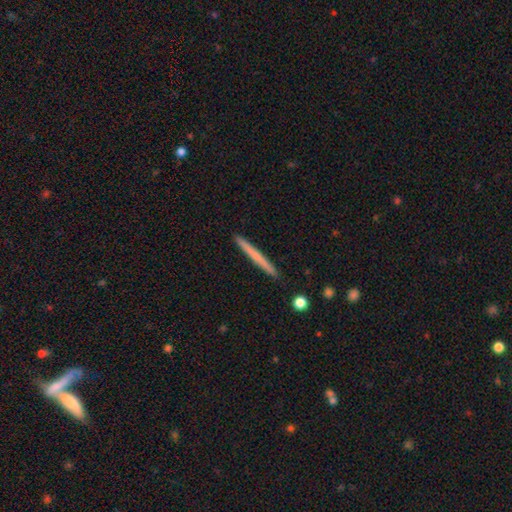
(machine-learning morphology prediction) type=smooth (60%); roundness=cigar-shaped (97%); merging=none (93%).